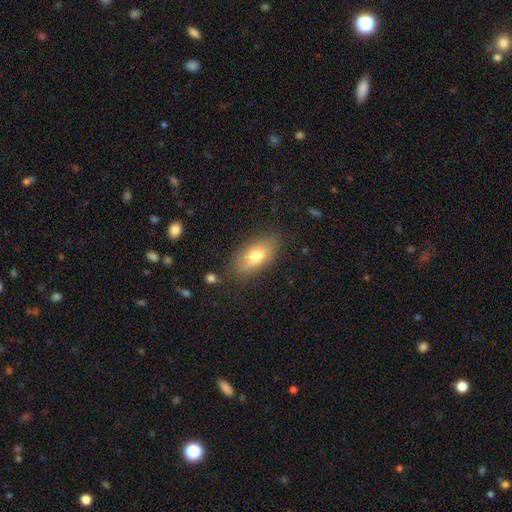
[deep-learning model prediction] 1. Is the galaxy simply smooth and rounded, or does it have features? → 73% smooth, 20% featured or disk, 8% star or artifact.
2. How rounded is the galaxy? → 88% in between, 7% cigar-shaped, 5% round.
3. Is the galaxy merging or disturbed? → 81% none, 14% minor disturbance, 4% major disturbance, 2% merger.